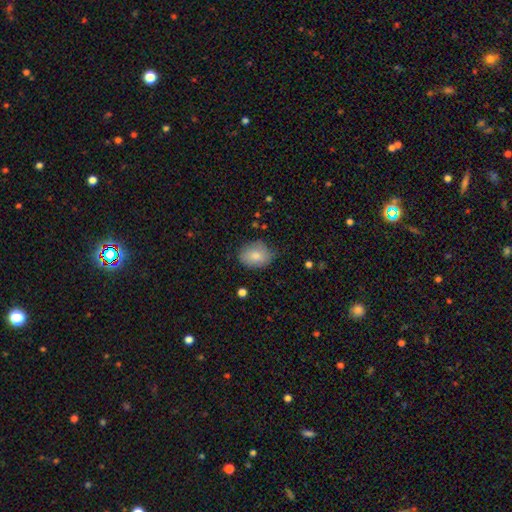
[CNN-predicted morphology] smooth 82%, featured or disk 10%, star or artifact 7%. Down the decision tree: how rounded — in between (64%); merging — none (69%).